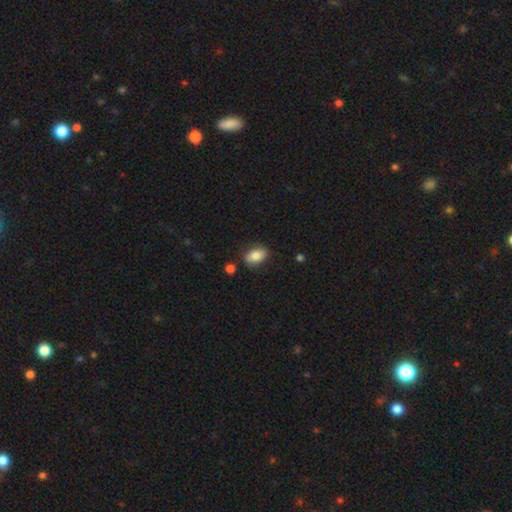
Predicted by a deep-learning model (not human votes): Smooth or featured?
  - smooth: 78% *
  - featured or disk: 15%
  - star or artifact: 8%
How rounded?
  - in between: 86% *
  - round: 10%
  - cigar-shaped: 3%
Merging?
  - none: 77% *
  - minor disturbance: 16%
  - major disturbance: 4%
  - merger: 3%